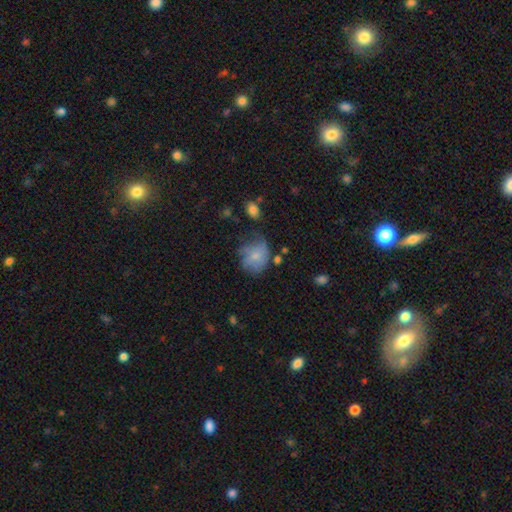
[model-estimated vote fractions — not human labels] A smooth galaxy with no disk features (65%) that is round (65%).

Vote fractions:
- Smooth or featured? smooth: 65% / featured or disk: 25% / star or artifact: 9%
- How rounded? round: 65% / in between: 33% / cigar-shaped: 1%
- Merging? none: 45% / minor disturbance: 32% / major disturbance: 19% / merger: 4%